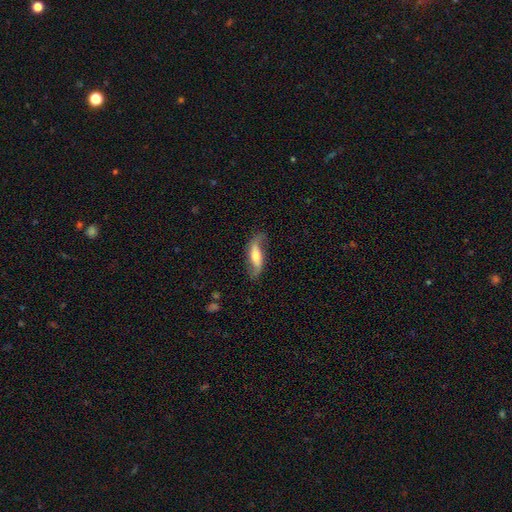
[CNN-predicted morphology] Overall: featured or disk (66%; smooth 28%). Edge-on disk: no (77%). Bar: no (38%; weak 32%). Spiral arms: yes (88%). Bulge size: moderate (57%; small 22%). Merging: none (71%).